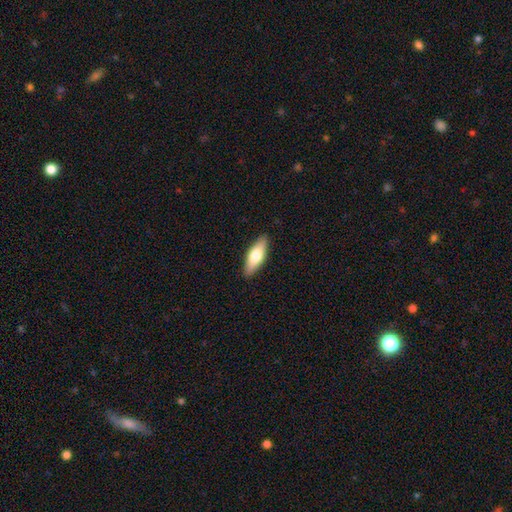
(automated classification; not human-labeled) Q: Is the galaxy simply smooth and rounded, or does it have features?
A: smooth — 67%.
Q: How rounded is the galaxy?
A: in between — 63%.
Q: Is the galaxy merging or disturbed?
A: none — 89%.